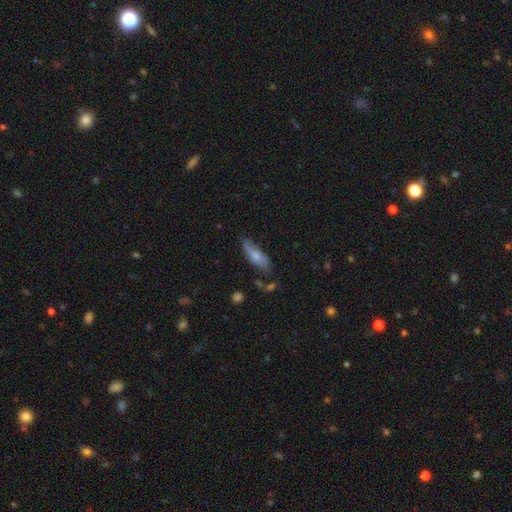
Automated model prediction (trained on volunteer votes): The model was most divided on "how rounded": in between: 58%, cigar-shaped: 39%, round: 2%. More confident: smooth or featured — smooth (65%); merging — none (58%).